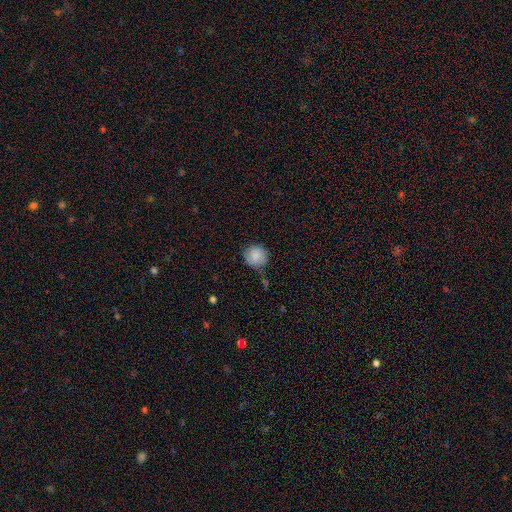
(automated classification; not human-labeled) This appears to be a smooth galaxy with no disk features (79%) that is round (86%). Merging: none (63%).